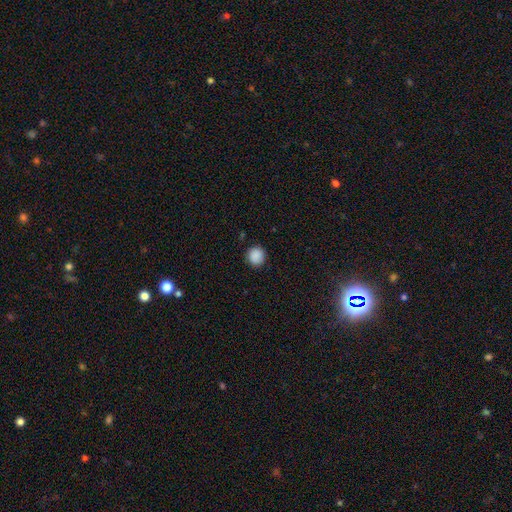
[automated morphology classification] A smooth galaxy with no disk features (89%) that is round (91%). Merging: none (89%).